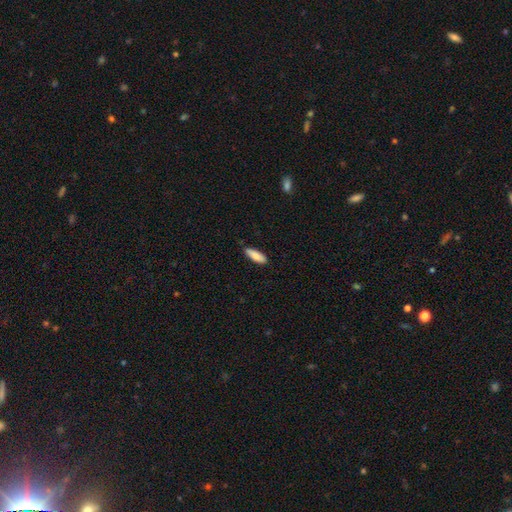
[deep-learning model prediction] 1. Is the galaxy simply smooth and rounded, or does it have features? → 85% smooth, 9% featured or disk, 6% star or artifact.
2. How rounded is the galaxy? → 57% in between, 41% cigar-shaped, 2% round.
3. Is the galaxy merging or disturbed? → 82% none, 15% minor disturbance, 2% major disturbance, 1% merger.